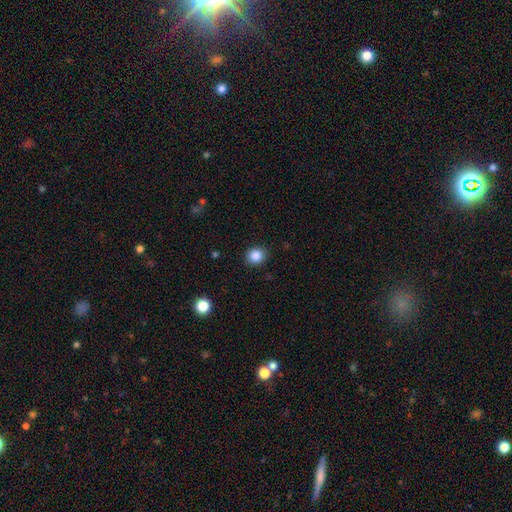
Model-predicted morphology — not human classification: A smooth galaxy with no disk features (86%) that is round (83%). Merging: none (89%).